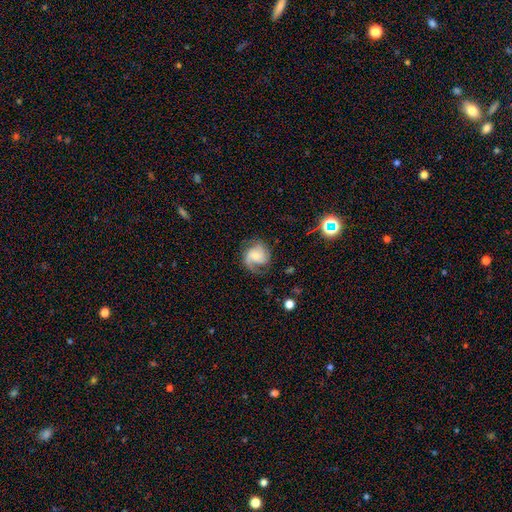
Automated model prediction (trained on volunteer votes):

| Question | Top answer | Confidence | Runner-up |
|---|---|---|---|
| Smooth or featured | featured or disk | 72% | smooth (20%) |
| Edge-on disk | no | 98% | yes (2%) |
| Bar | no | 61% | weak (31%) |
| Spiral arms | yes | 95% | no (5%) |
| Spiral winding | medium | 46% | tight (29%) |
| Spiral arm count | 2 | 55% | 3 (16%) |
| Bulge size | small | 48% | moderate (36%) |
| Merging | none | 65% | minor disturbance (20%) |